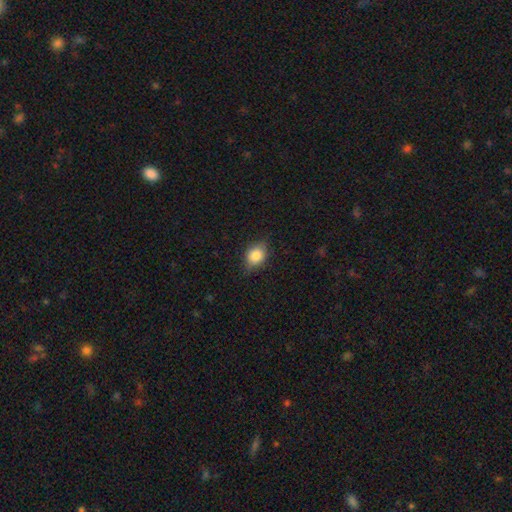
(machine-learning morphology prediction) This appears to be a smooth galaxy with no disk features (83%) that is in between round and cigar-shaped (68%). Merging: none (75%).